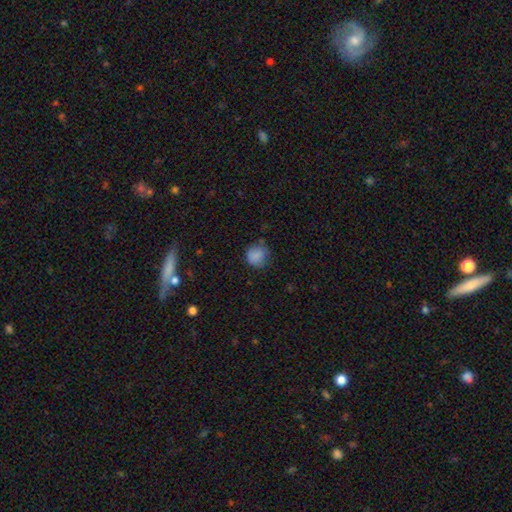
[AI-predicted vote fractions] smooth 85%, star or artifact 9%, featured or disk 6%. Down the decision tree: how rounded — round (87%); merging — none (72%).